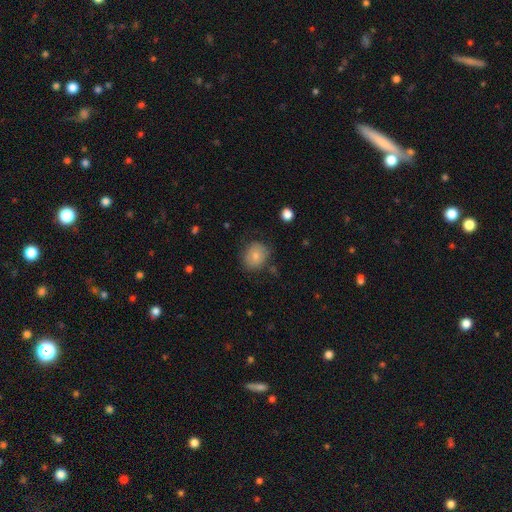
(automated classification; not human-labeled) A smooth galaxy with no disk features (73%) that is round (65%).

Vote fractions:
- Smooth or featured? smooth: 73% / featured or disk: 18% / star or artifact: 9%
- How rounded? round: 65% / in between: 35% / cigar-shaped: 1%
- Merging? none: 72% / minor disturbance: 20% / major disturbance: 6% / merger: 2%